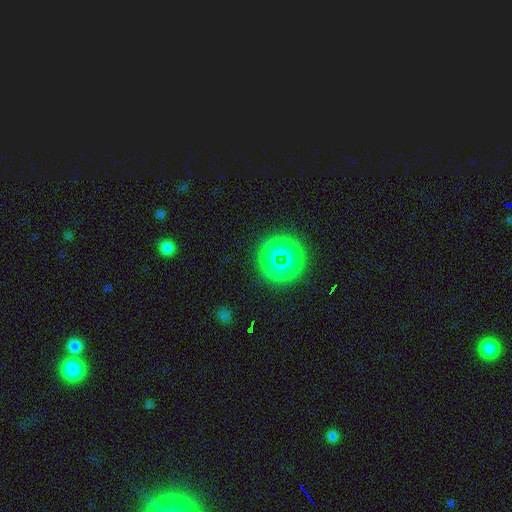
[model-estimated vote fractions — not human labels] Q: Smooth or featured?
A: star or artifact (78%); runner-up: smooth (15%)